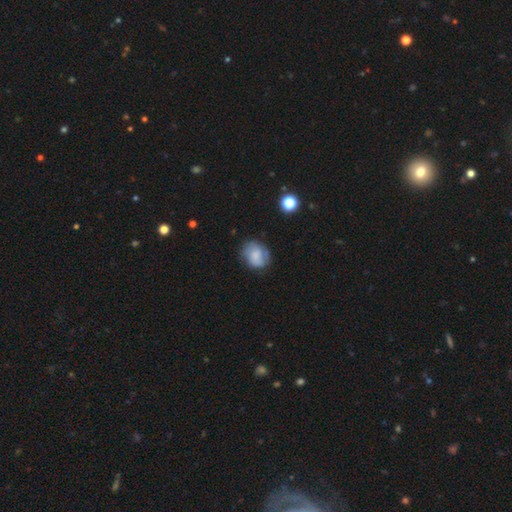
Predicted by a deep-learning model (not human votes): Overall: smooth (54%; featured or disk 37%). How rounded: round (58%; in between 41%). Merging: none (67%).